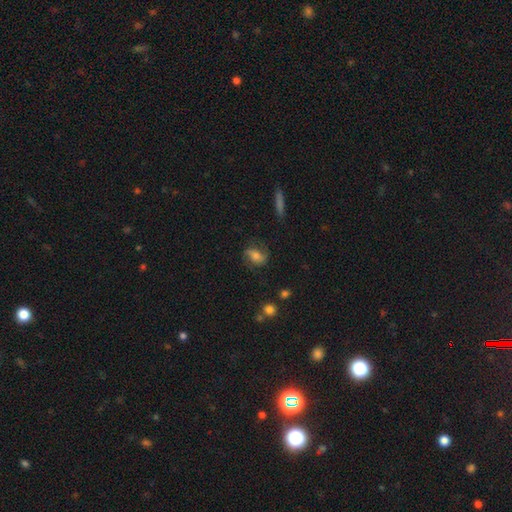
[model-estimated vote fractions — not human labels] The model was most divided on "smooth or featured": featured or disk: 52%, smooth: 39%, star or artifact: 9%. More confident: edge-on disk — no (94%); merging — none (68%).